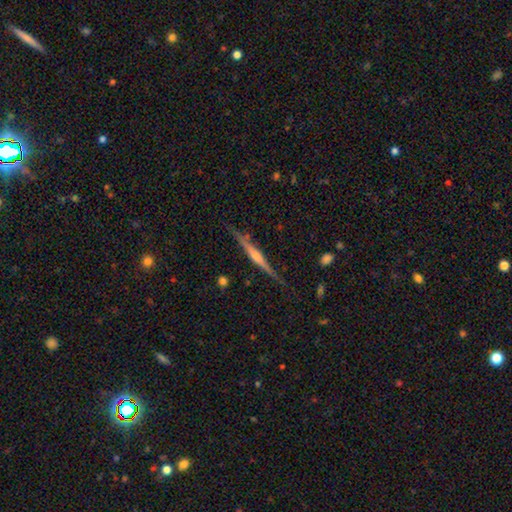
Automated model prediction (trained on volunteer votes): The model was most divided on "edge-on bulge": rounded: 62%, none: 24%, boxy: 14%. More confident: edge-on disk — yes (98%); merging — none (84%); smooth or featured — featured or disk (73%).